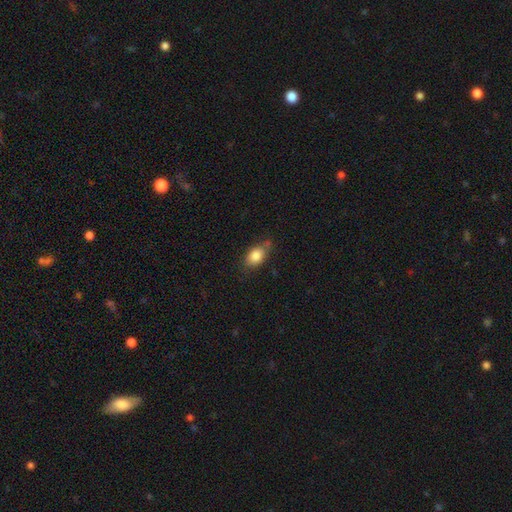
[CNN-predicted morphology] smooth 83%, star or artifact 8%, featured or disk 8%. Down the decision tree: how rounded — in between (80%); merging — none (64%).